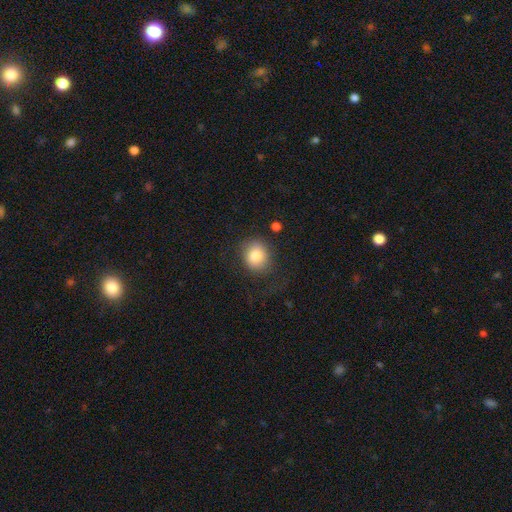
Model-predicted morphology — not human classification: smooth 82%, featured or disk 9%, star or artifact 9%. Down the decision tree: how rounded — round (73%); merging — none (72%).